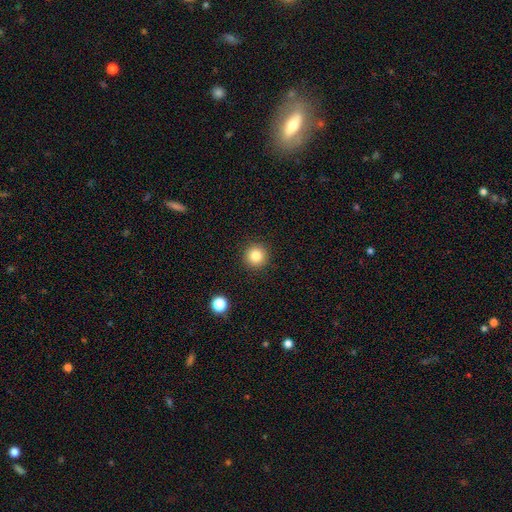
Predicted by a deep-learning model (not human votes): A smooth galaxy with no disk features (83%) that is round (96%). Merging: none (92%).